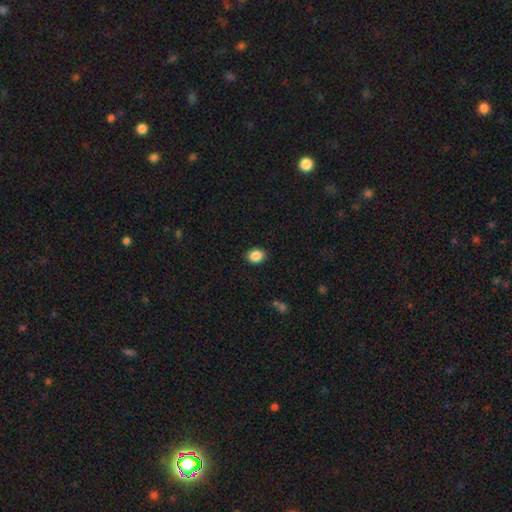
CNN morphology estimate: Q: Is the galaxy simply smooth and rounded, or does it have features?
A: smooth — 87%.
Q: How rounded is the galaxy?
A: in between — 52%.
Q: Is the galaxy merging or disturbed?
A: none — 89%.